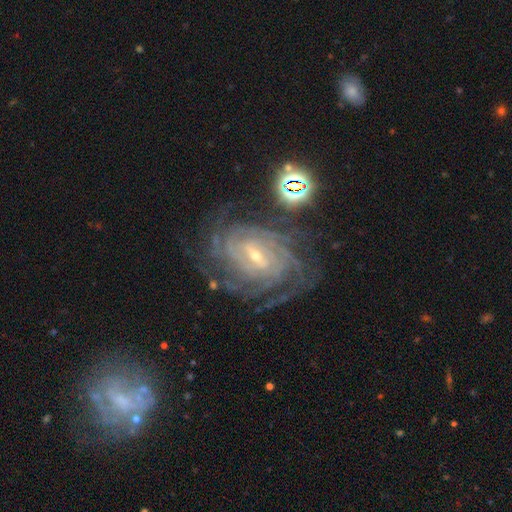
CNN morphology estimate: This is clearly a featured or disk galaxy (88%). It is clearly not viewed edge-on (97%). Bar: possibly weak (48%). Spiral arm pattern: clearly yes (98%). Spiral arm count: marginally can't tell (27%). Spiral winding: likely tight (74%). Central bulge: likely small (70%). Merging: likely none (72%).